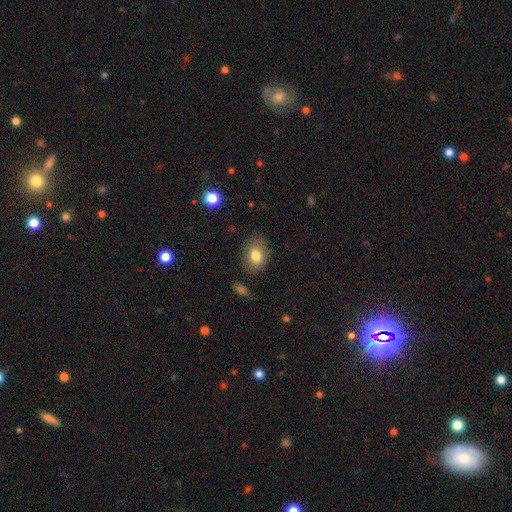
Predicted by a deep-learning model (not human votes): Smooth or featured? Predicted: smooth (p=0.79). How rounded? Predicted: in between (p=0.63). Merging? Predicted: none (p=0.79).